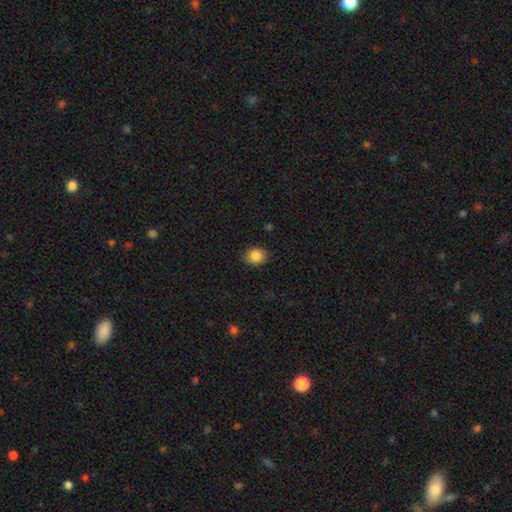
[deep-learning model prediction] This is clearly a smooth galaxy (85%). How rounded: possibly round (55%). Merging: clearly none (87%).